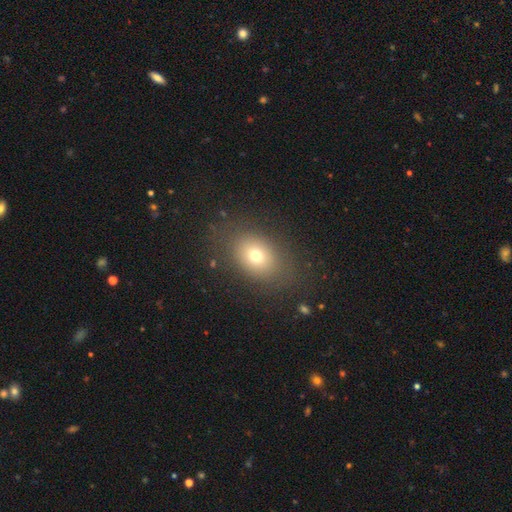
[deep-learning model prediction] Smooth or featured? smooth (71%)
How rounded? in between (63%)
Merging? none (80%)